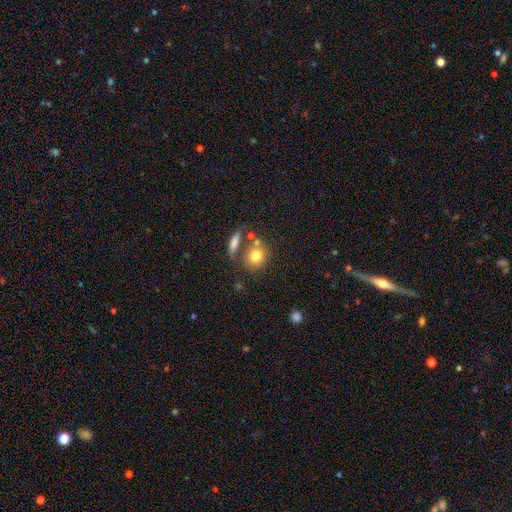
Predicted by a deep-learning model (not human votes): Smooth or featured?
  - smooth: 78% *
  - featured or disk: 12%
  - star or artifact: 10%
How rounded?
  - round: 74% *
  - in between: 24%
  - cigar-shaped: 2%
Merging?
  - none: 61% *
  - merger: 21%
  - minor disturbance: 13%
  - major disturbance: 6%